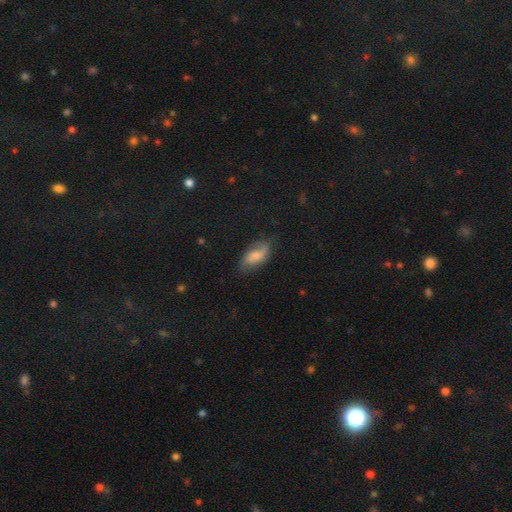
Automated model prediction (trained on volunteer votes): Q: Smooth or featured?
A: smooth (53%); runner-up: featured or disk (39%)
Q: How rounded?
A: in between (89%); runner-up: cigar-shaped (7%)
Q: Merging?
A: none (68%); runner-up: minor disturbance (23%)